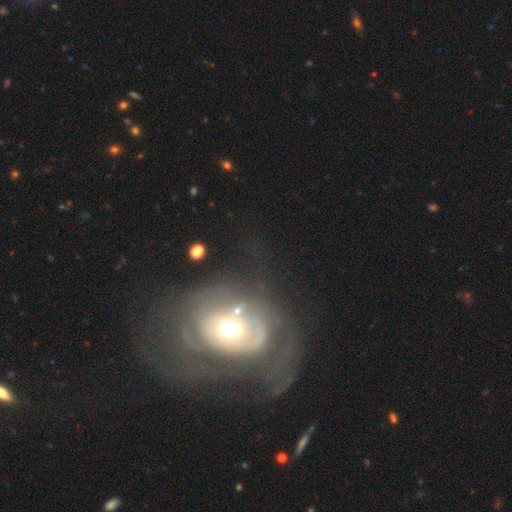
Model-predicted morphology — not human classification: Q: Smooth or featured?
A: featured or disk (72%); runner-up: smooth (17%)
Q: Edge-on disk?
A: no (96%); runner-up: yes (4%)
Q: Bar?
A: no (72%); runner-up: weak (19%)
Q: Spiral arms?
A: yes (54%); runner-up: no (46%)
Q: Bulge size?
A: moderate (64%); runner-up: large (16%)
Q: Merging?
A: none (42%); runner-up: major disturbance (35%)